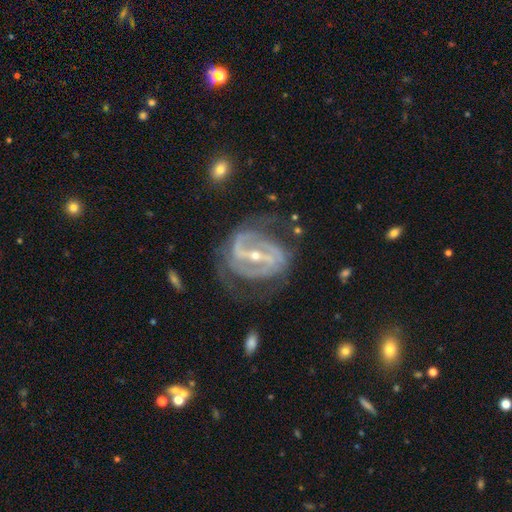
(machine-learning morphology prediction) type=featured or disk (90%); edge-on=no (95%); bar=strong (73%); spiral arms=yes (92%); winding=medium (44%); arm count=2 (63%); bulge=small (64%); merging=none (56%).